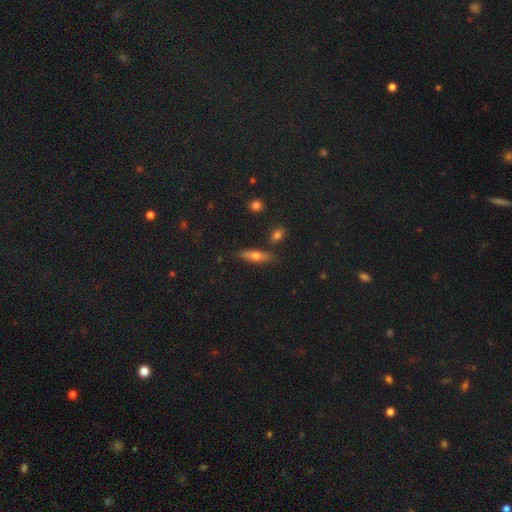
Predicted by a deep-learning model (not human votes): Smooth or featured: smooth — 52% (featured or disk — 39%)
How rounded: cigar-shaped — 62% (in between — 35%)
Merging: none — 81% (minor disturbance — 11%)